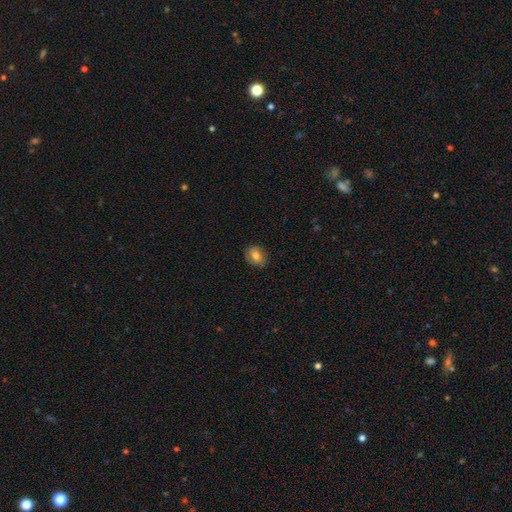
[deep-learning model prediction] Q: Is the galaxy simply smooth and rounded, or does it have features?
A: smooth — 74%.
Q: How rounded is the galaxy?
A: in between — 54%.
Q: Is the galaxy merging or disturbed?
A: none — 84%.